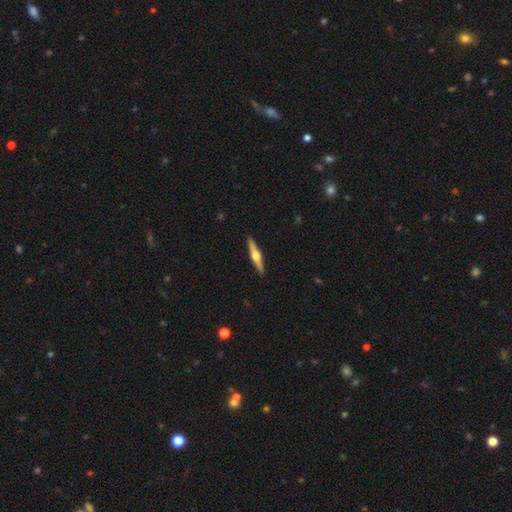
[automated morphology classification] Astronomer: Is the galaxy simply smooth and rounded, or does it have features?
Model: featured or disk — 72%.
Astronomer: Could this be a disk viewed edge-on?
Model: yes — 98%.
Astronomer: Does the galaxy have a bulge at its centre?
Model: rounded — 95%.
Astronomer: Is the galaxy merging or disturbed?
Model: none — 91%.